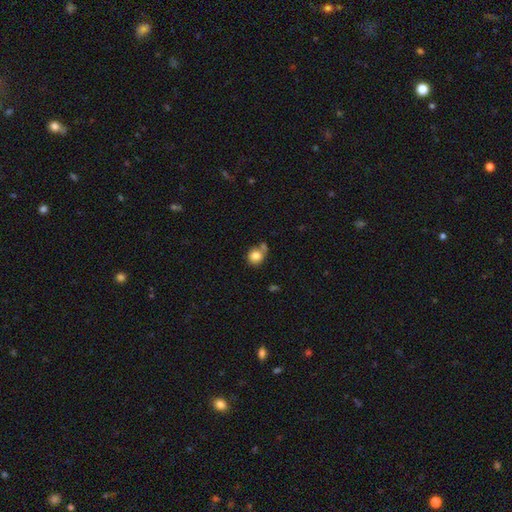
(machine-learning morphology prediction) Smooth or featured? smooth (83%)
How rounded? round (84%)
Merging? none (57%)